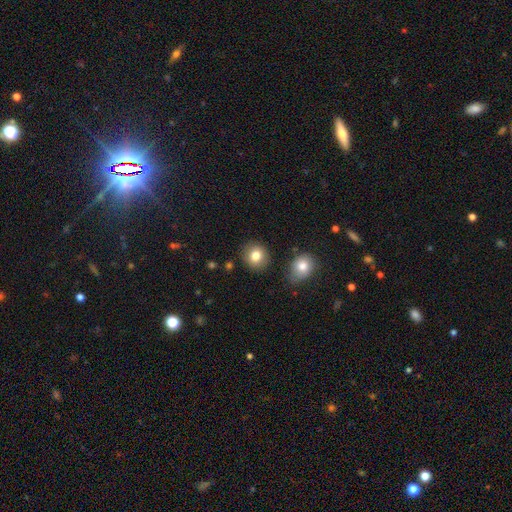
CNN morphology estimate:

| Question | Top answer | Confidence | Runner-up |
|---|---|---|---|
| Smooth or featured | smooth | 82% | star or artifact (9%) |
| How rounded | round | 85% | in between (14%) |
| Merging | none | 86% | minor disturbance (8%) |